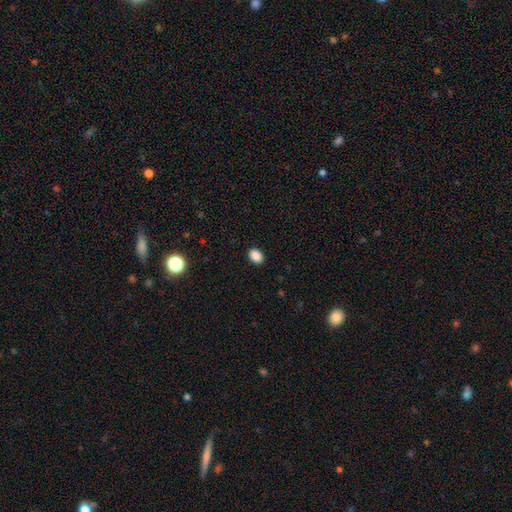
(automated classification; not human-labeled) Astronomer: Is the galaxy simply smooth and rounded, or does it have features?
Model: smooth — 88%.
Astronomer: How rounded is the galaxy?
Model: in between — 66%.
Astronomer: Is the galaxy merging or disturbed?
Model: none — 90%.